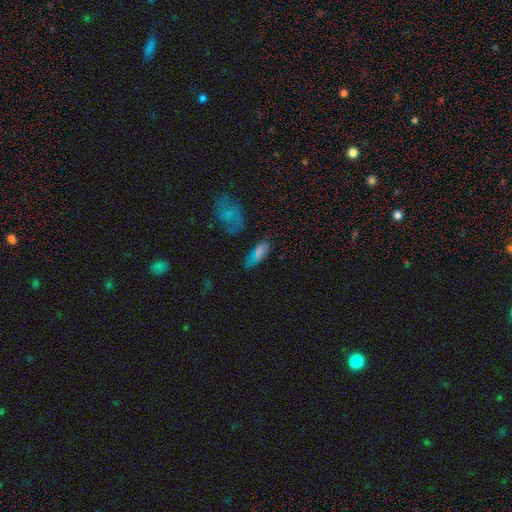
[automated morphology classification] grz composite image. It shows a smooth galaxy with no disk features (56%) that is in between round and cigar-shaped (75%). Merging: none (60%).